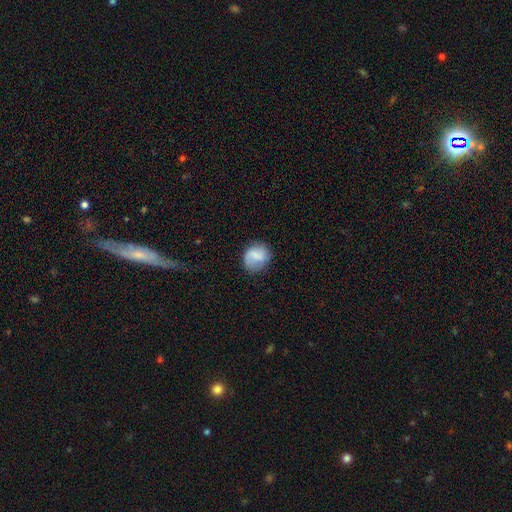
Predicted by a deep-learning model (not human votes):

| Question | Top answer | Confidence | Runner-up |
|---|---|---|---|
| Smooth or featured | smooth | 67% | featured or disk (26%) |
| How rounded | round | 72% | in between (27%) |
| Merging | none | 68% | minor disturbance (21%) |